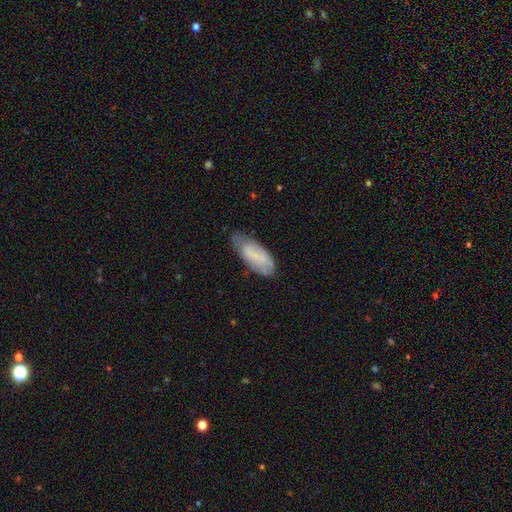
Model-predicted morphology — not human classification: smooth 65%, featured or disk 28%, star or artifact 7%. Down the decision tree: how rounded — in between (80%); merging — none (58%).